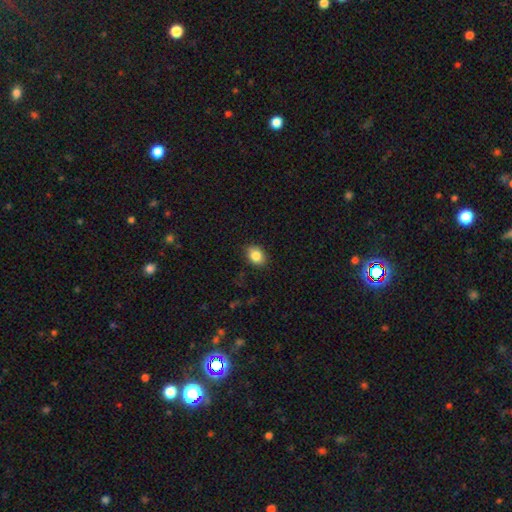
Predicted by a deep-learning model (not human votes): A smooth galaxy with no disk features (85%) that is in between round and cigar-shaped (67%).

Vote fractions:
- Smooth or featured? smooth: 85% / star or artifact: 9% / featured or disk: 6%
- How rounded? in between: 67% / round: 32% / cigar-shaped: 1%
- Merging? none: 86% / minor disturbance: 10% / major disturbance: 2% / merger: 1%